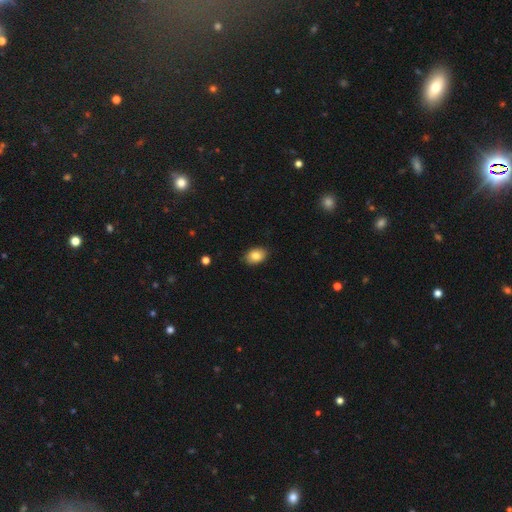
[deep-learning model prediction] Smooth or featured? Predicted: smooth (p=0.85). How rounded? Predicted: in between (p=0.79). Merging? Predicted: none (p=0.86).